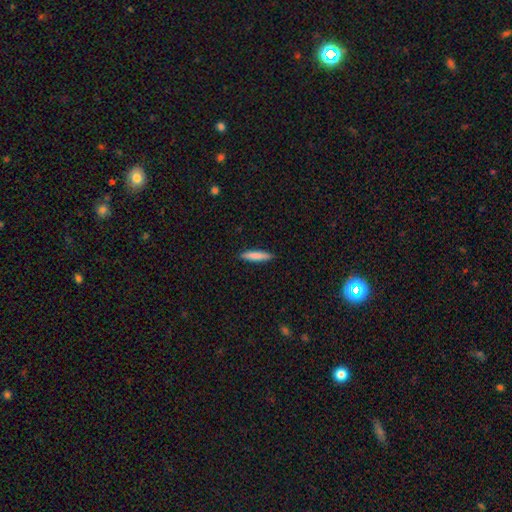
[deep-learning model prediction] smooth 83%, featured or disk 12%, star or artifact 5%. Down the decision tree: how rounded — cigar-shaped (86%); merging — none (90%).